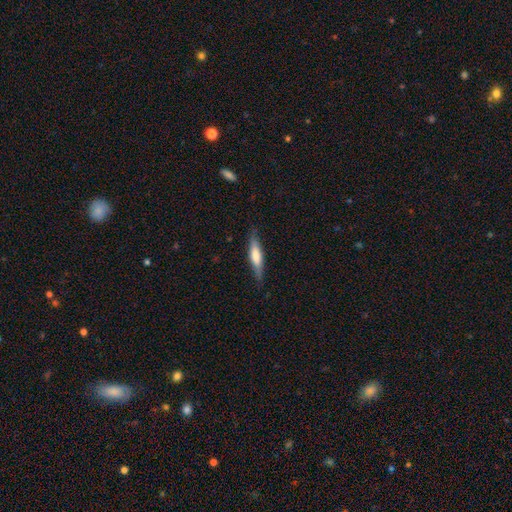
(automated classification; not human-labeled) Smooth or featured: smooth — 57% (featured or disk — 37%)
How rounded: cigar-shaped — 78% (in between — 21%)
Merging: none — 81% (minor disturbance — 15%)